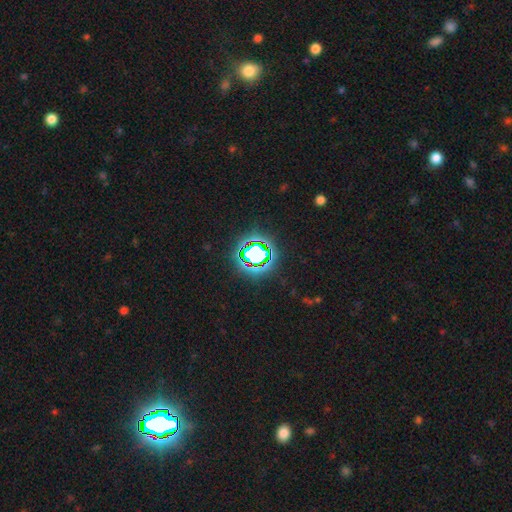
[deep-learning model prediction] Smooth or featured?
  - star or artifact: 69% *
  - smooth: 19%
  - featured or disk: 12%